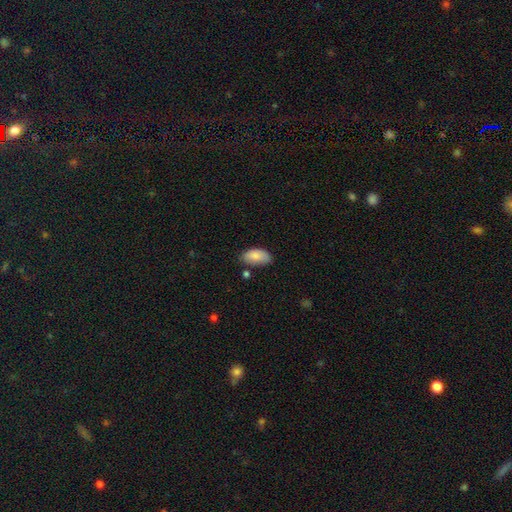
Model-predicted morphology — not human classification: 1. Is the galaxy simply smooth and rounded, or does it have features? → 84% smooth, 9% featured or disk, 7% star or artifact.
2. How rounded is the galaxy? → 94% in between, 3% round, 2% cigar-shaped.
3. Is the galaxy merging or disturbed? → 67% none, 24% minor disturbance, 5% major disturbance, 4% merger.